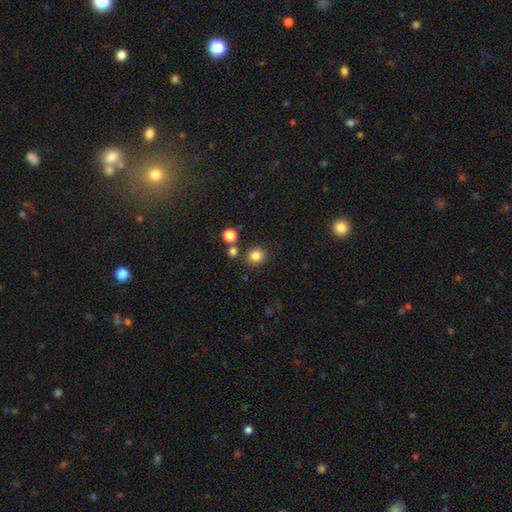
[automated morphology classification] type=smooth (84%); roundness=round (81%); merging=none (82%).